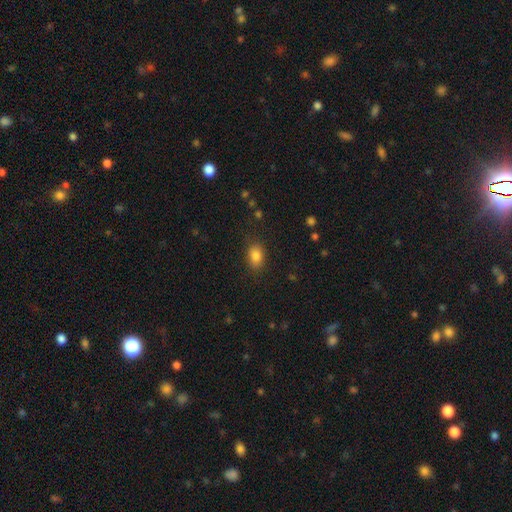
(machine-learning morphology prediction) This appears to be a smooth galaxy with no disk features (85%) that is in between round and cigar-shaped (79%). Merging: none (83%).